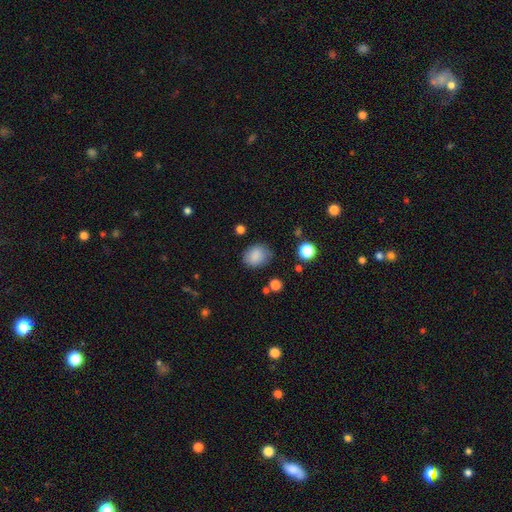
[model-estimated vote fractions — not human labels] Morphology: type=smooth (85%); roundness=in between (56%); merging=none (77%).